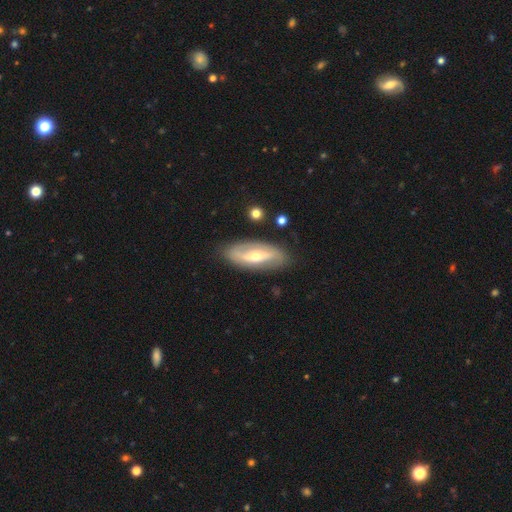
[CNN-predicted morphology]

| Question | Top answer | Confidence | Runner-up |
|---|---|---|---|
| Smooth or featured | featured or disk | 71% | smooth (24%) |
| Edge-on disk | no | 84% | yes (16%) |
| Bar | strong | 35% | no (34%) |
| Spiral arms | yes | 69% | no (31%) |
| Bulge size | moderate | 53% | small (43%) |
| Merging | none | 83% | minor disturbance (12%) |